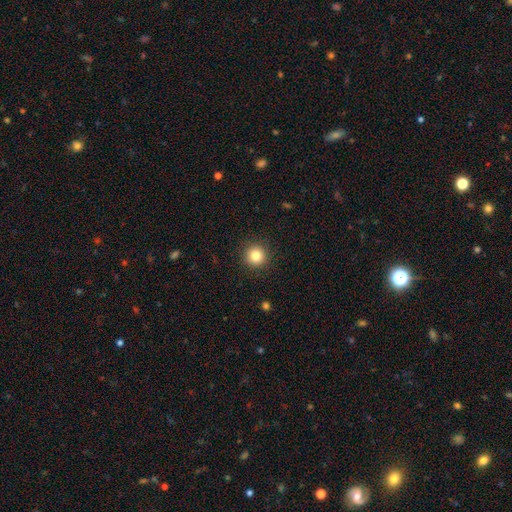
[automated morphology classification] Overall: smooth (83%). How rounded: round (94%). Merging: none (91%).